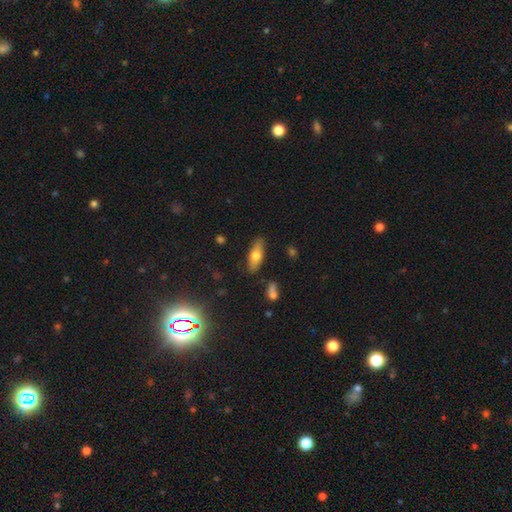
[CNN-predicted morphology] Smooth or featured? Predicted: smooth (p=0.69). How rounded? Predicted: in between (p=0.68). Merging? Predicted: none (p=0.84).